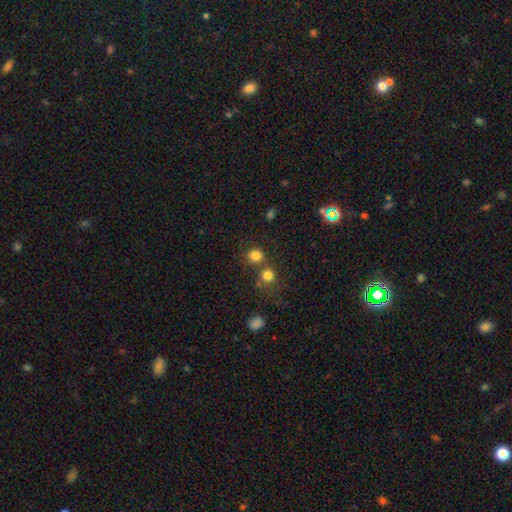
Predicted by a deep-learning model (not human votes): Smooth or featured? smooth (80%)
How rounded? round (88%)
Merging? none (68%)